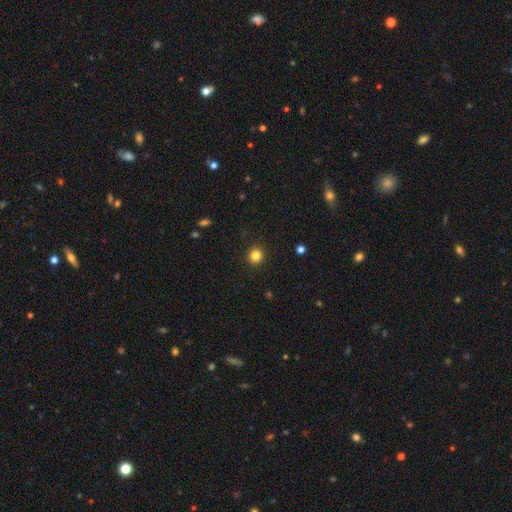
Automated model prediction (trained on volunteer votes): This is clearly a smooth galaxy (83%). How rounded: clearly round (90%). Merging: clearly none (92%).